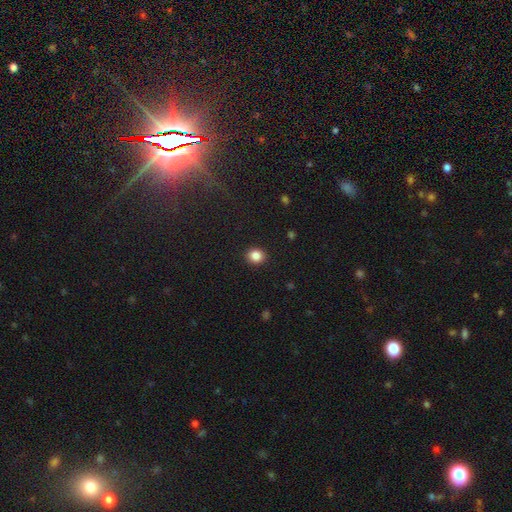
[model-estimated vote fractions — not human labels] This is clearly a smooth galaxy (86%). How rounded: likely round (79%). Merging: clearly none (92%).